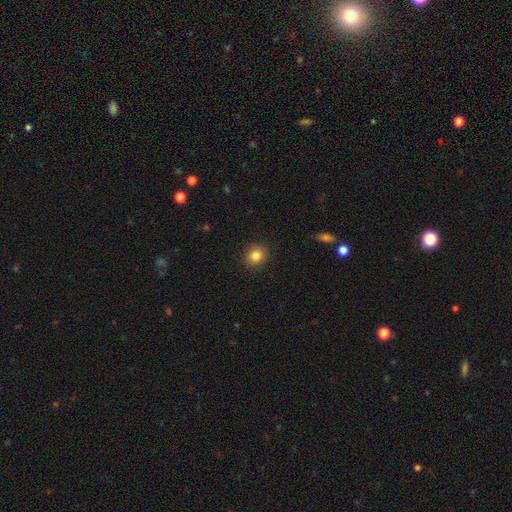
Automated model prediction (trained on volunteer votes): A smooth galaxy with no disk features (84%) that is round (83%).

Vote fractions:
- Smooth or featured? smooth: 84% / star or artifact: 11% / featured or disk: 6%
- How rounded? round: 83% / in between: 16% / cigar-shaped: 1%
- Merging? none: 90% / minor disturbance: 7% / major disturbance: 2% / merger: 1%